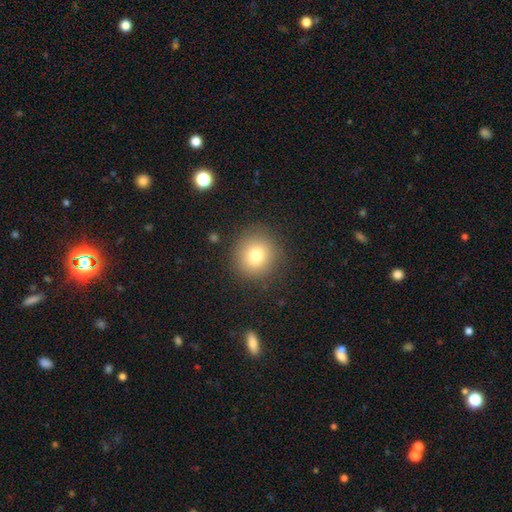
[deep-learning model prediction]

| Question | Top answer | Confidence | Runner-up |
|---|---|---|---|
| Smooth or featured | smooth | 77% | star or artifact (12%) |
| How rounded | round | 92% | in between (7%) |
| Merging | none | 88% | minor disturbance (8%) |